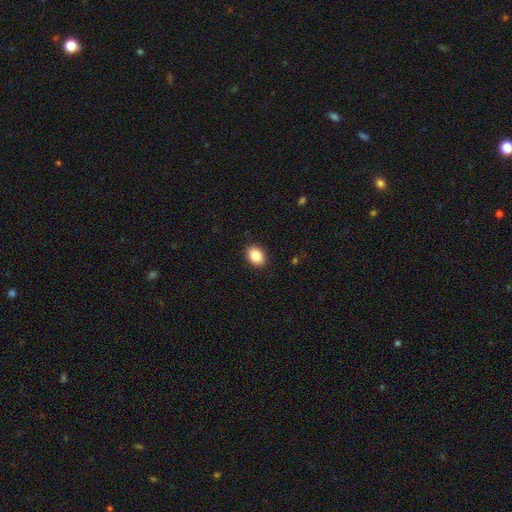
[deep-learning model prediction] Morphology: type=smooth (87%); roundness=in between (70%); merging=none (90%).